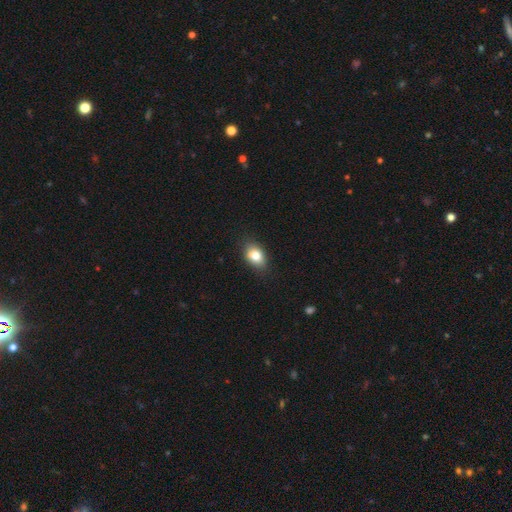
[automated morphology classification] smooth-or-featured: smooth: 81% | featured or disk: 10% | star or artifact: 9%
  how-rounded: in between: 80% | round: 18% | cigar-shaped: 2%
  merging: none: 85% | minor disturbance: 12% | major disturbance: 2% | merger: 1%